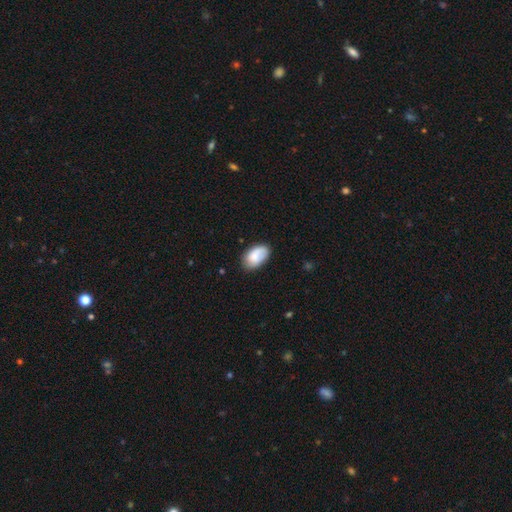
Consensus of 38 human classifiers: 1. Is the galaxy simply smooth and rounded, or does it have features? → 79% smooth, 18% featured or disk, 3% star or artifact.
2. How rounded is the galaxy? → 100% in between, 0% round, 0% cigar-shaped.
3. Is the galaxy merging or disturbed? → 76% none, 16% minor disturbance, 8% major disturbance, 0% merger.